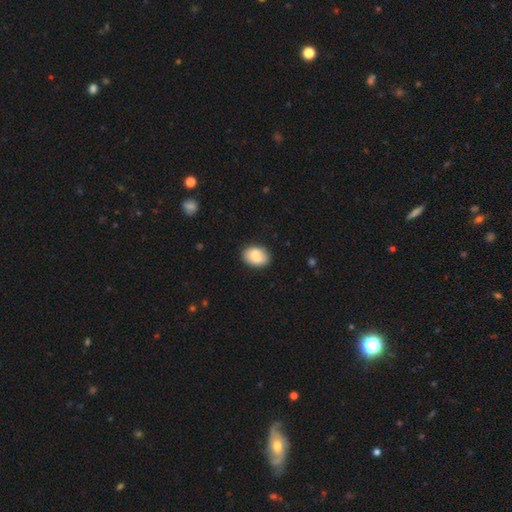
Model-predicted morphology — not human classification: smooth-or-featured: smooth: 76% | featured or disk: 17% | star or artifact: 7%
  how-rounded: in between: 74% | round: 24% | cigar-shaped: 1%
  merging: none: 83% | minor disturbance: 12% | major disturbance: 3% | merger: 2%